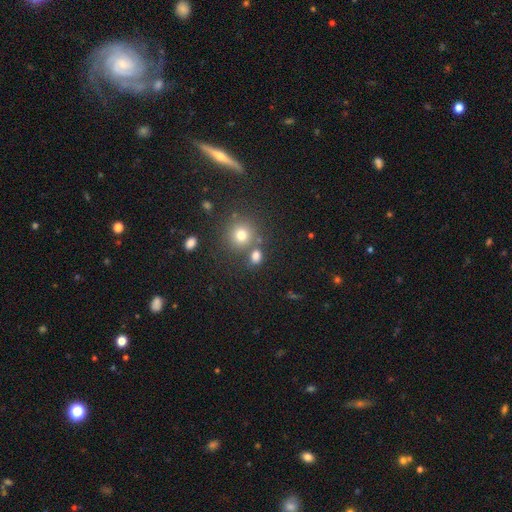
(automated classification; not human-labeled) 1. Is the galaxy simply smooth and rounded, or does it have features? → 74% smooth, 18% star or artifact, 8% featured or disk.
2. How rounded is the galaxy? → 56% round, 42% in between, 1% cigar-shaped.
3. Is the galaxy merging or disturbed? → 66% none, 19% merger, 11% minor disturbance, 5% major disturbance.